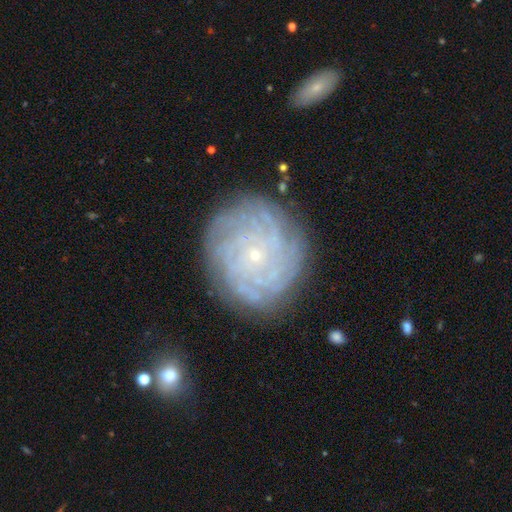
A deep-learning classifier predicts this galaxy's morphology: Q: Smooth or featured?
A: featured or disk (82%); runner-up: smooth (11%)
Q: Edge-on disk?
A: no (97%); runner-up: yes (3%)
Q: Bar?
A: no (83%); runner-up: weak (13%)
Q: Spiral arms?
A: yes (95%); runner-up: no (5%)
Q: Spiral winding?
A: tight (82%); runner-up: medium (14%)
Q: Spiral arm count?
A: more than 4 (29%); runner-up: can't tell (27%)
Q: Bulge size?
A: small (89%); runner-up: moderate (8%)
Q: Merging?
A: none (83%); runner-up: minor disturbance (12%)